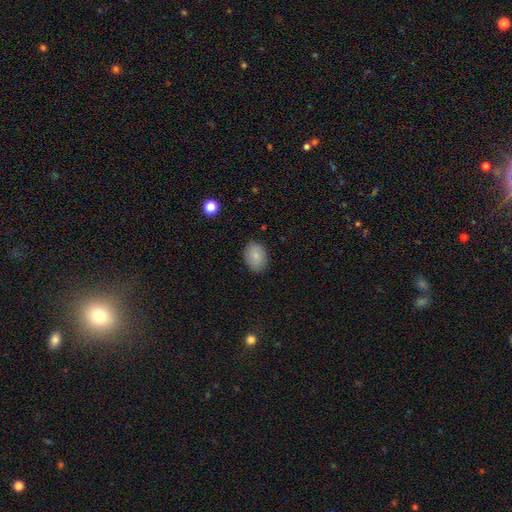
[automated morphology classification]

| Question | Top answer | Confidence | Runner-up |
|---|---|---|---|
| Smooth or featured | smooth | 85% | star or artifact (8%) |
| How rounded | in between | 75% | round (24%) |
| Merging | none | 86% | minor disturbance (10%) |